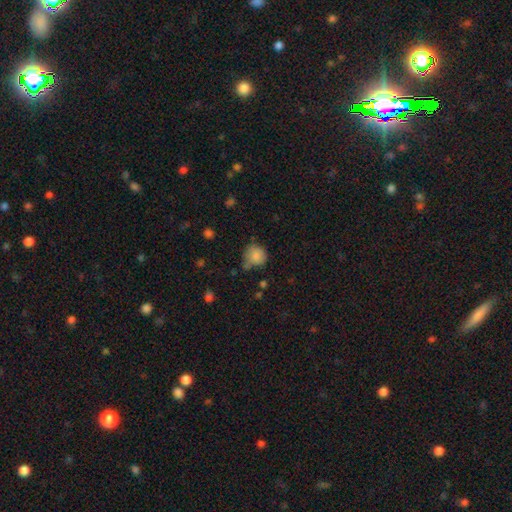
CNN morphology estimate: This appears to be a smooth galaxy with no disk features (83%) that is round (81%). Merging: none (58%).